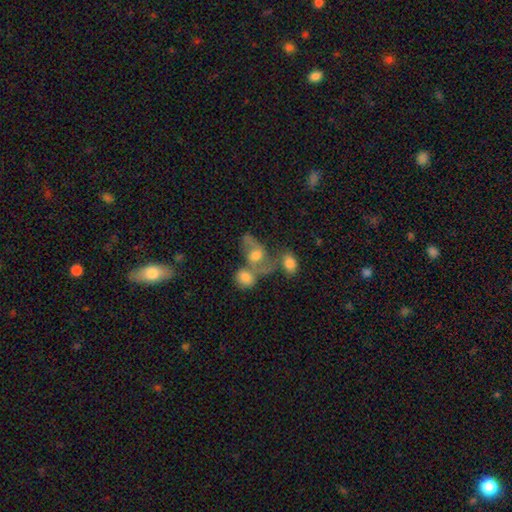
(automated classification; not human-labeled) A featured or disk galaxy (45%). Merging: merger (49%).